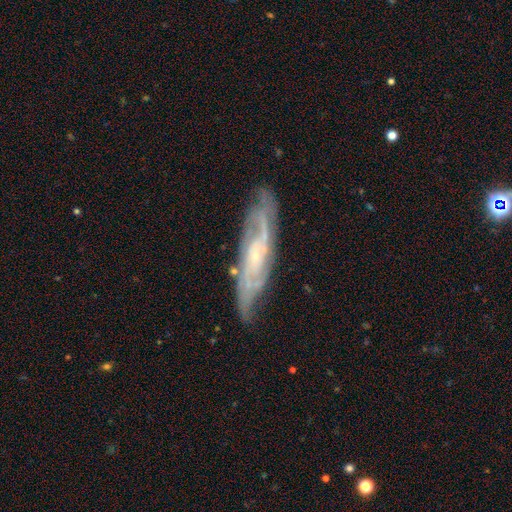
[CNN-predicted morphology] This is clearly a featured or disk galaxy (83%). It is likely not viewed edge-on (71%). Bar: likely no (60%). Spiral arm pattern: clearly yes (94%). Spiral arm count: marginally can't tell (36%). Spiral winding: possibly tight (50%). Central bulge: likely small (76%). Merging: likely none (77%).